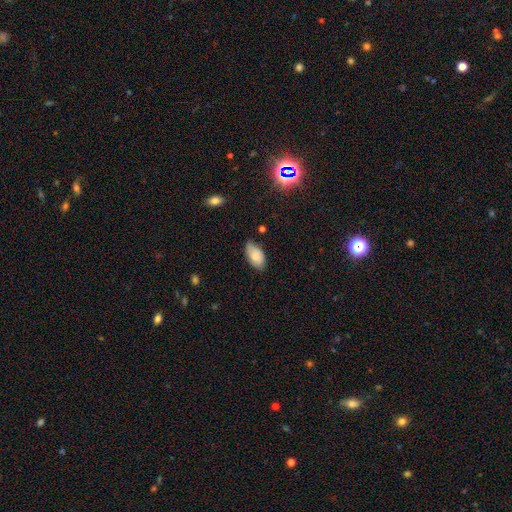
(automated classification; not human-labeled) smooth 80%, featured or disk 13%, star or artifact 7%. Down the decision tree: how rounded — in between (94%); merging — none (66%).